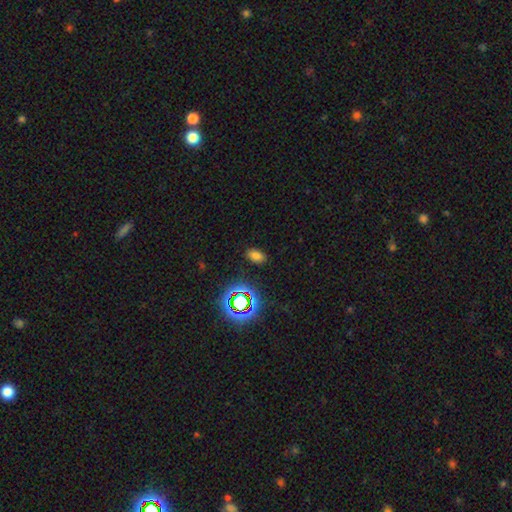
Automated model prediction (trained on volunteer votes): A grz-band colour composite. It shows a smooth galaxy with no disk features (70%) that is in between round and cigar-shaped (89%). Merging: none (87%).